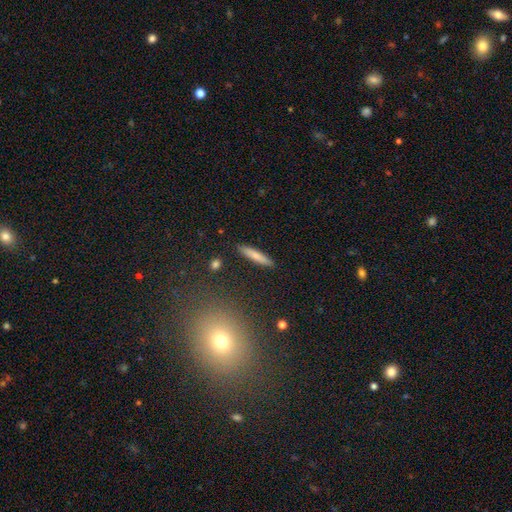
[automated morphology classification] This is likely a smooth galaxy (73%). How rounded: clearly cigar-shaped (90%). Merging: clearly none (89%).